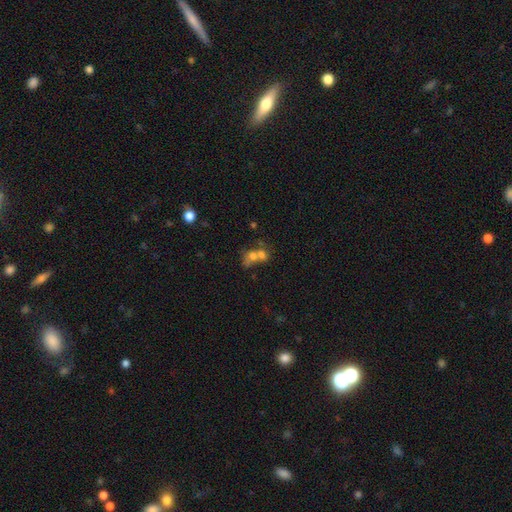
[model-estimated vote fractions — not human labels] smooth-or-featured: smooth: 60% | featured or disk: 24% | star or artifact: 16%
  how-rounded: in between: 49% | round: 48% | cigar-shaped: 2%
  merging: merger: 67% | none: 19% | major disturbance: 7% | minor disturbance: 7%